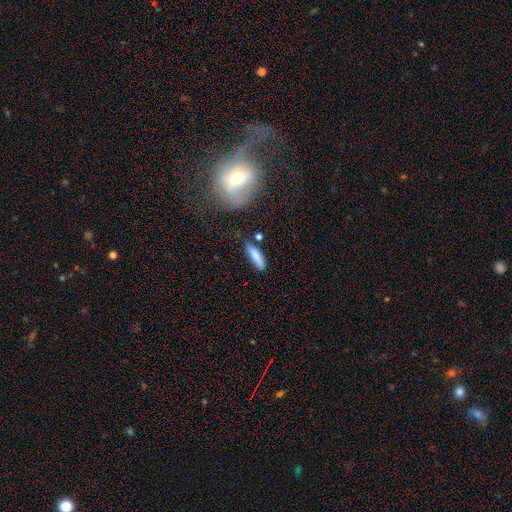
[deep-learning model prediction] Smooth or featured?
  - smooth: 81% *
  - featured or disk: 12%
  - star or artifact: 7%
How rounded?
  - cigar-shaped: 68% *
  - in between: 30%
  - round: 2%
Merging?
  - none: 65% *
  - minor disturbance: 22%
  - merger: 7%
  - major disturbance: 6%